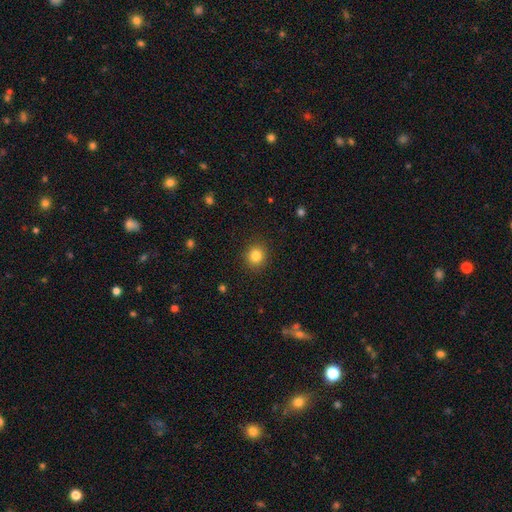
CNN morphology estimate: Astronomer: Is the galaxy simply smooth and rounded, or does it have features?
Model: smooth — 83%.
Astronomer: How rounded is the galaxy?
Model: round — 88%.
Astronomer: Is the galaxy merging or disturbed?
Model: none — 90%.